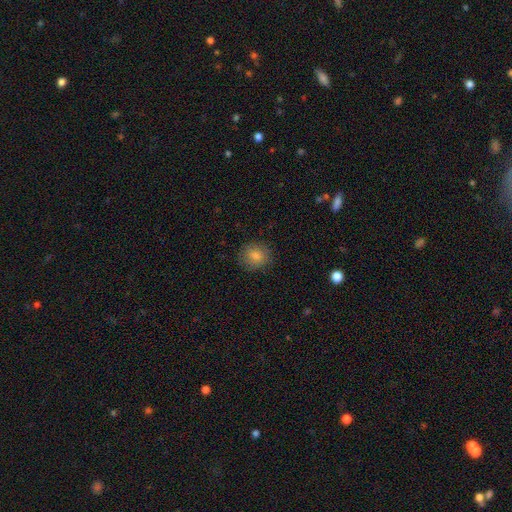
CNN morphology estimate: type=smooth (80%); roundness=round (78%); merging=none (87%).